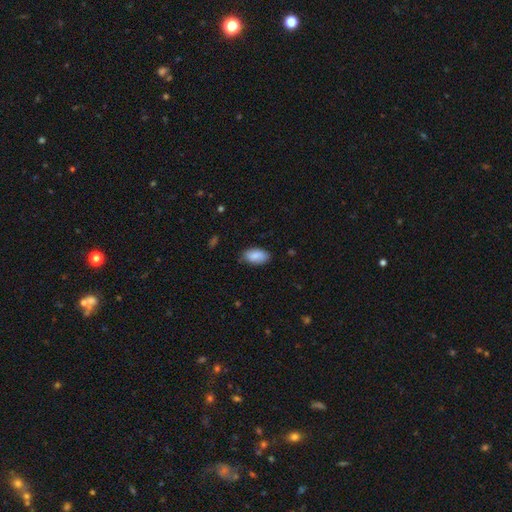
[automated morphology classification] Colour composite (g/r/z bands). It shows a smooth galaxy with no disk features (83%) that is in between round and cigar-shaped (94%). Merging: none (77%).